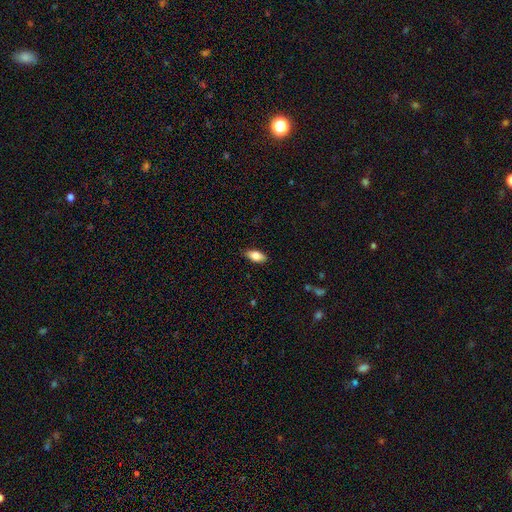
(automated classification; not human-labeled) Smooth or featured?
  - smooth: 80% *
  - featured or disk: 13%
  - star or artifact: 7%
How rounded?
  - in between: 85% *
  - cigar-shaped: 12%
  - round: 3%
Merging?
  - none: 87% *
  - minor disturbance: 10%
  - major disturbance: 2%
  - merger: 1%